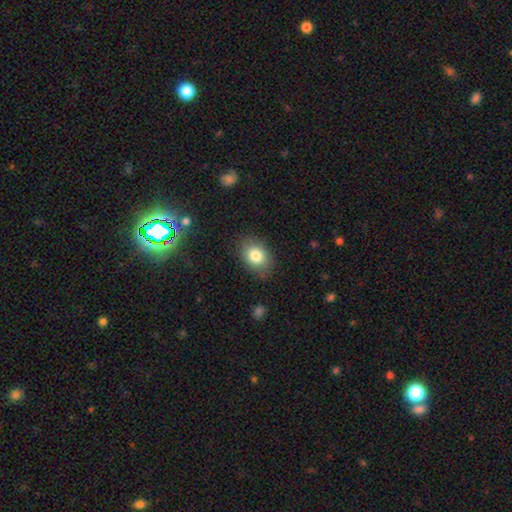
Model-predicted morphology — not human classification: Smooth or featured?
  - smooth: 77% *
  - star or artifact: 13%
  - featured or disk: 9%
How rounded?
  - in between: 63% *
  - round: 36%
  - cigar-shaped: 1%
Merging?
  - none: 86% *
  - minor disturbance: 10%
  - major disturbance: 3%
  - merger: 1%